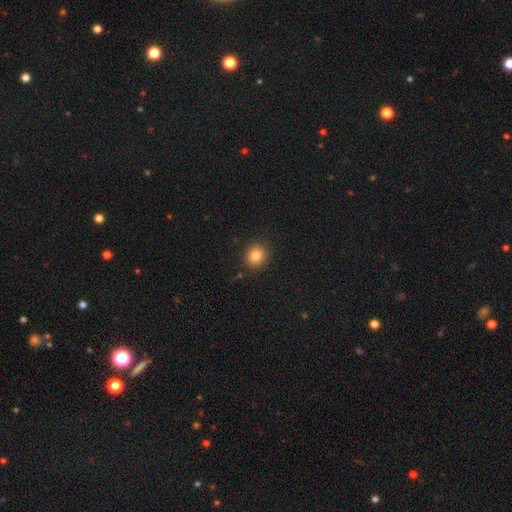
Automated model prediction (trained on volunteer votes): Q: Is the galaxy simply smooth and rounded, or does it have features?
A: smooth — 84%.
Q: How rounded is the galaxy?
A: round — 84%.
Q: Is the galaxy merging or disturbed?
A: none — 89%.